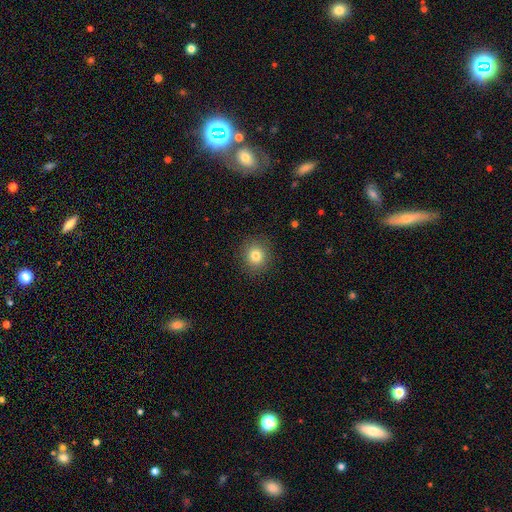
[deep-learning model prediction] This is clearly a smooth galaxy (81%). How rounded: clearly round (90%). Merging: clearly none (90%).